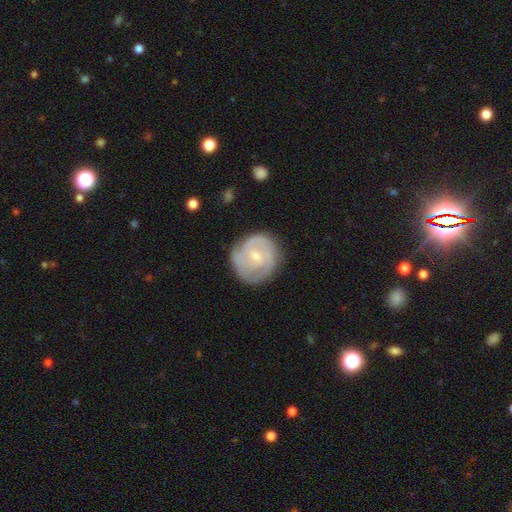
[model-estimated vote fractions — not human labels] This is likely a featured or disk galaxy (76%). It is clearly not viewed edge-on (98%). Bar: possibly weak (49%). Spiral arm pattern: clearly yes (92%). Spiral arm count: marginally 2 (39%). Spiral winding: possibly tight (59%). Central bulge: likely small (67%). Merging: likely none (77%).